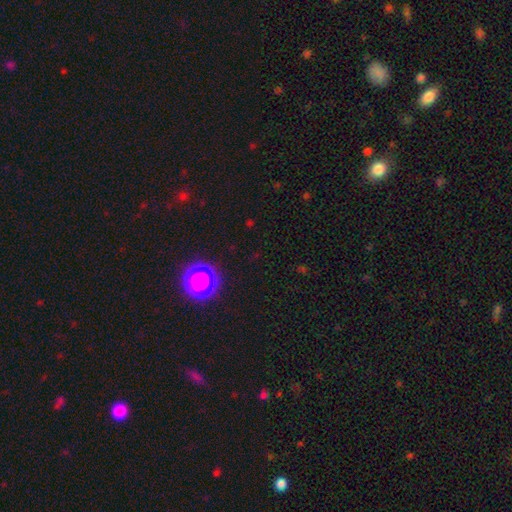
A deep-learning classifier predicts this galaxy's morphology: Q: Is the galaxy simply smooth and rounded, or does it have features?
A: smooth — 45%.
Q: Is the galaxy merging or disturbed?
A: none — 82%.